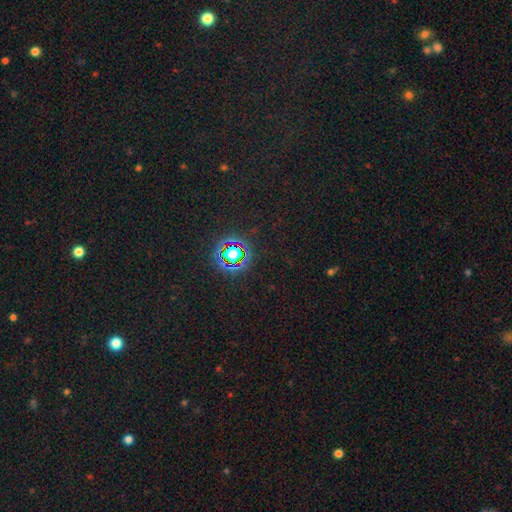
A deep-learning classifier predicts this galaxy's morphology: The model was most divided on "smooth or featured": star or artifact: 79%, smooth: 14%, featured or disk: 8%.